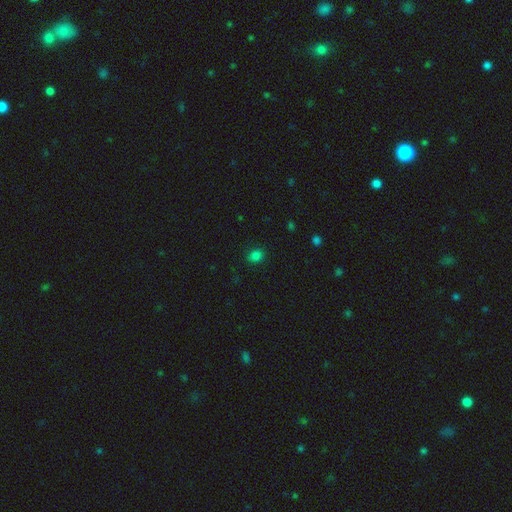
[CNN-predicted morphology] A smooth galaxy with no disk features (81%) that is round (58%). Merging: none (87%).